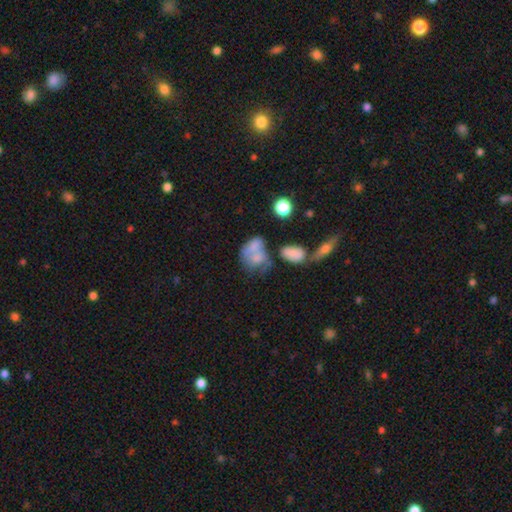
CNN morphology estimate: The model was most divided on "merging": merger: 37%, none: 23%, major disturbance: 21%, minor disturbance: 18%. More confident: how rounded — in between (66%); smooth or featured — smooth (60%).